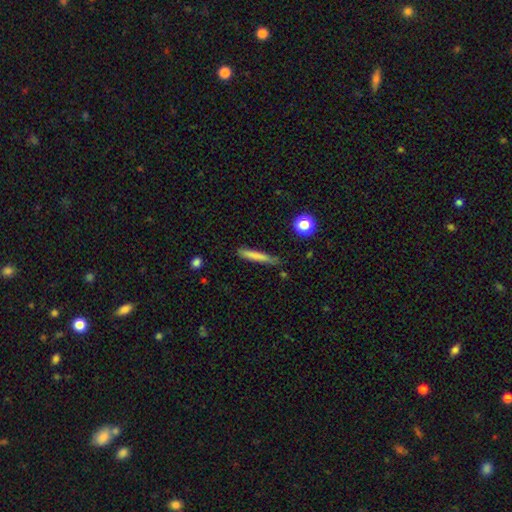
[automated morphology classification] The model was most divided on "merging": none: 72%, minor disturbance: 21%, major disturbance: 5%, merger: 3%. More confident: how rounded — cigar-shaped (93%); smooth or featured — smooth (76%).